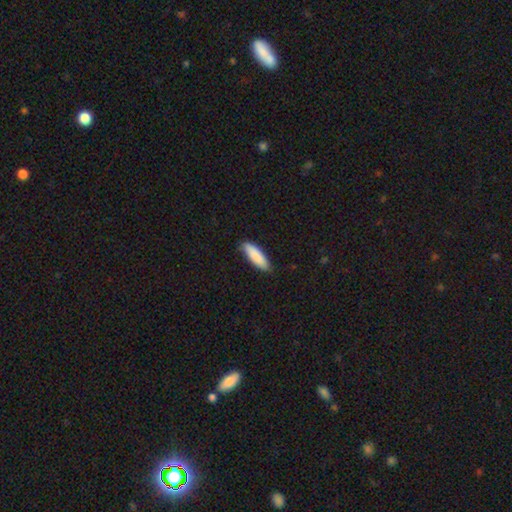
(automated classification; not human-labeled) The model was most divided on "how rounded": cigar-shaped: 53%, in between: 45%, round: 1%. More confident: smooth or featured — smooth (88%); merging — none (83%).